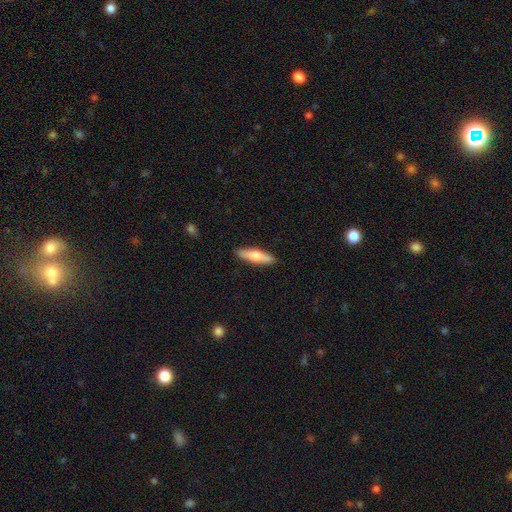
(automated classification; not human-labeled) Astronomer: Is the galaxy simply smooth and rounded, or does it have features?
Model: smooth — 64%.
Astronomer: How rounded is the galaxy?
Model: cigar-shaped — 67%.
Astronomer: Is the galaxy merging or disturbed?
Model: none — 89%.